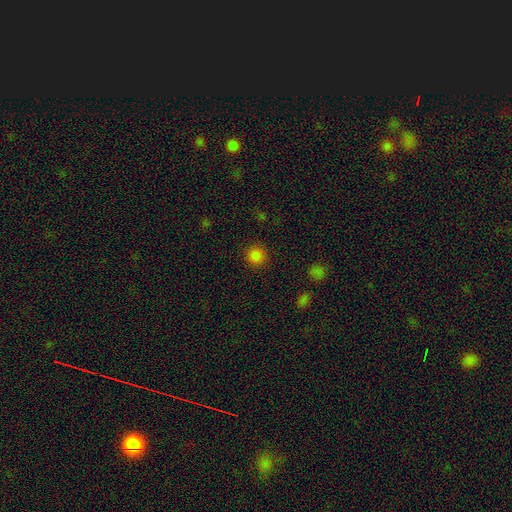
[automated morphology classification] The model was most divided on "smooth or featured": smooth: 84%, star or artifact: 13%, featured or disk: 3%. More confident: how rounded — round (95%); merging — none (91%).